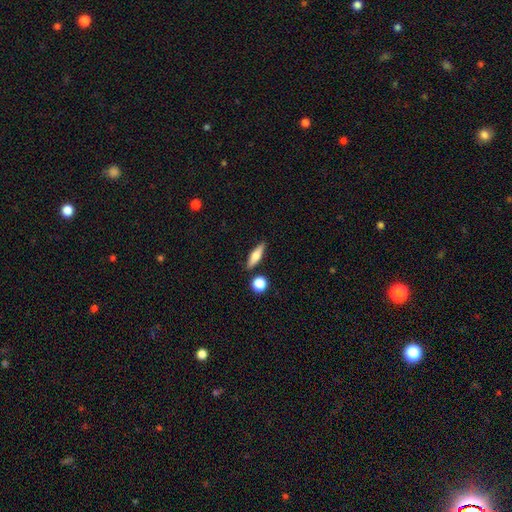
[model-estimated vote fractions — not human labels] The model was most divided on "how rounded": cigar-shaped: 57%, in between: 37%, round: 5%. More confident: merging — none (83%); smooth or featured — smooth (62%).